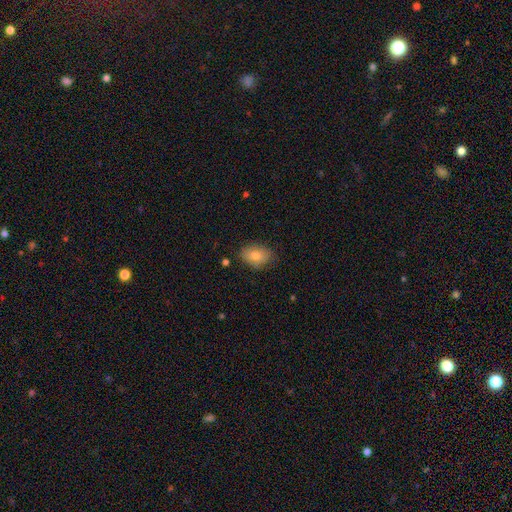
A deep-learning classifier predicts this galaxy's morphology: smooth_or_featured: smooth (p=0.77) [alt: featured or disk p=0.14]
how_rounded: in between (p=0.75) [alt: round p=0.24]
merging: none (p=0.79) [alt: minor disturbance p=0.17]